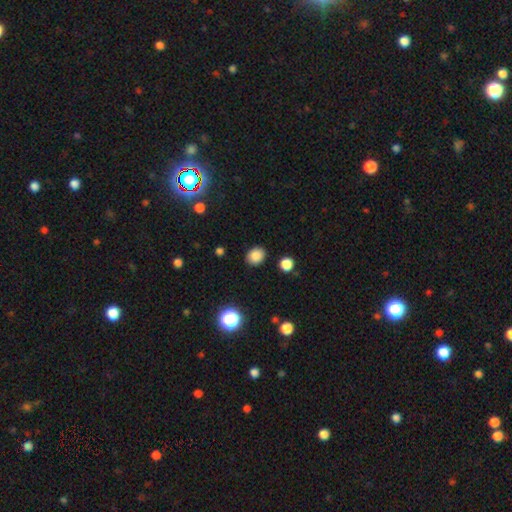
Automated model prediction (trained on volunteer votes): Morphology: type=smooth (85%); roundness=round (64%); merging=none (88%).